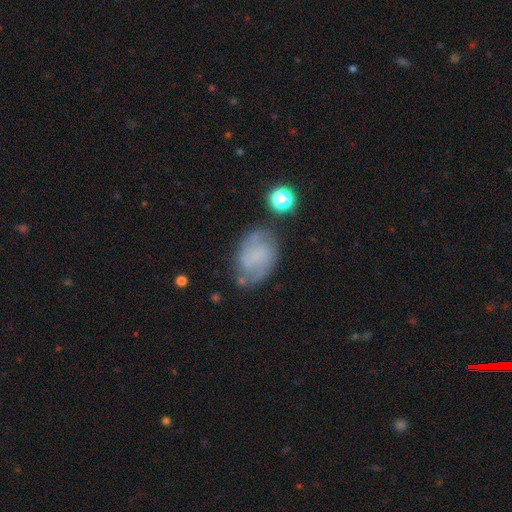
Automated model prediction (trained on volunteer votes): This is possibly a featured or disk galaxy (55%). It is clearly not viewed edge-on (97%). Bar: likely no (61%). Spiral arm pattern: clearly yes (82%). Central bulge: likely none (62%). Merging: likely none (65%).